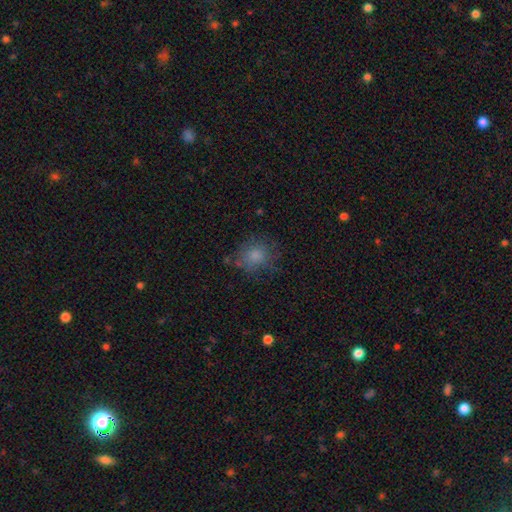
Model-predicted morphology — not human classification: The model was most divided on "merging": none: 73%, minor disturbance: 17%, major disturbance: 7%, merger: 2%. More confident: how rounded — round (79%); smooth or featured — smooth (74%).